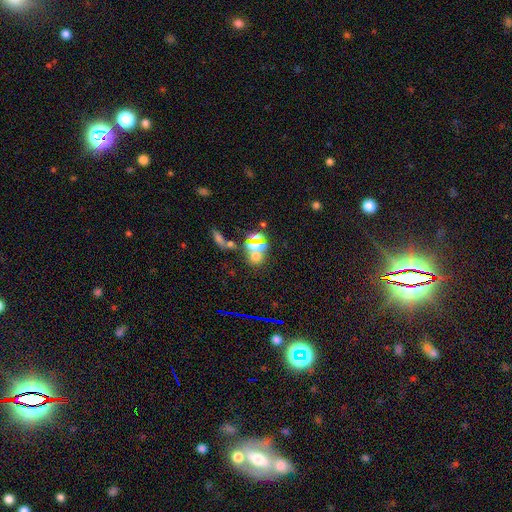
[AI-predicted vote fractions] This is marginally a smooth galaxy (43%). Merging: possibly none (48%).